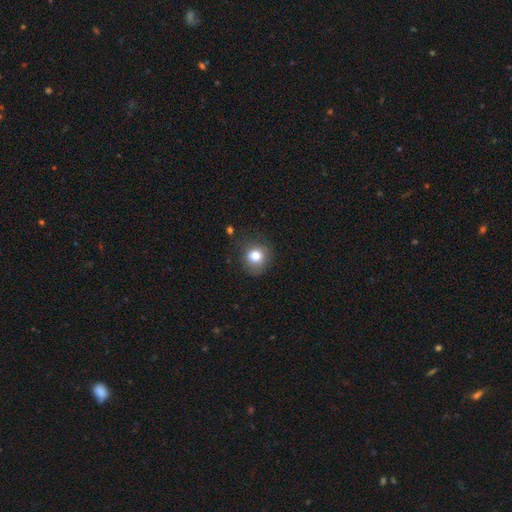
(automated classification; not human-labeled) A smooth galaxy with no disk features (80%) that is round (84%).

Vote fractions:
- Smooth or featured? smooth: 80% / star or artifact: 11% / featured or disk: 9%
- How rounded? round: 84% / in between: 15% / cigar-shaped: 1%
- Merging? none: 76% / minor disturbance: 16% / major disturbance: 6% / merger: 2%